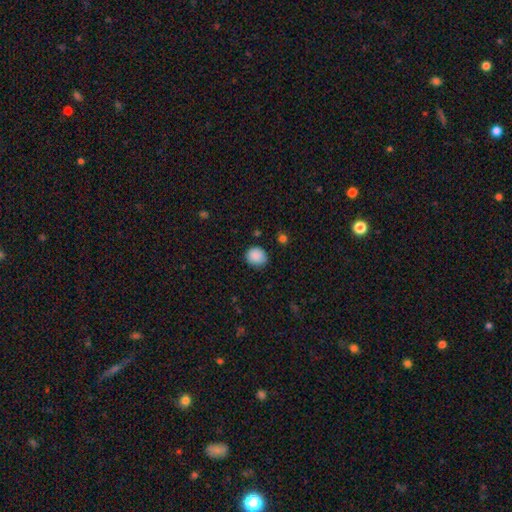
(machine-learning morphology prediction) smooth-or-featured: smooth: 88% | star or artifact: 8% | featured or disk: 4%
  how-rounded: round: 80% | in between: 19% | cigar-shaped: 1%
  merging: none: 80% | minor disturbance: 16% | major disturbance: 3% | merger: 2%